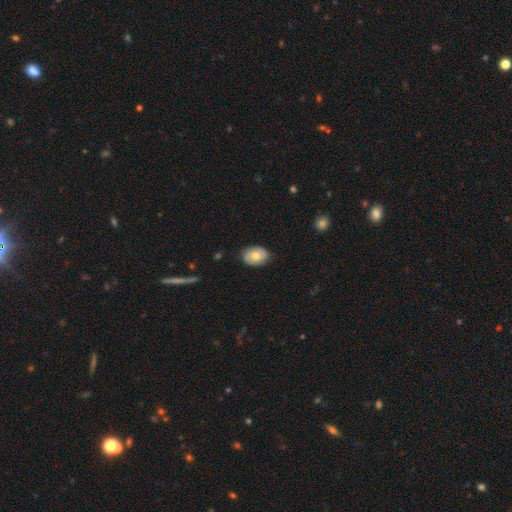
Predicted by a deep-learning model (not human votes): Smooth or featured?
  - smooth: 60% *
  - featured or disk: 32%
  - star or artifact: 7%
How rounded?
  - in between: 77% *
  - round: 22%
  - cigar-shaped: 1%
Merging?
  - none: 81% *
  - minor disturbance: 15%
  - major disturbance: 3%
  - merger: 1%